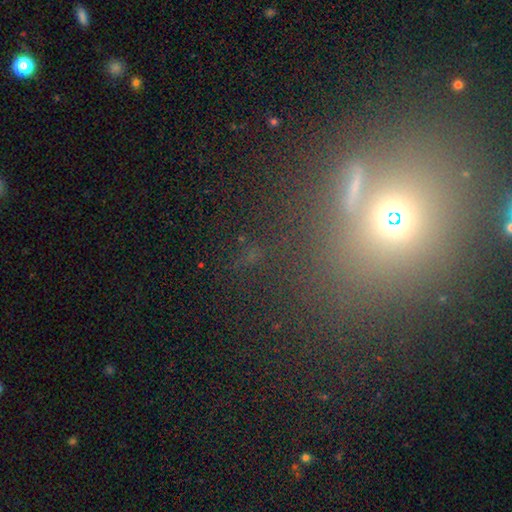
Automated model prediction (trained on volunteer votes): Q: Smooth or featured?
A: star or artifact (47%); runner-up: smooth (38%)